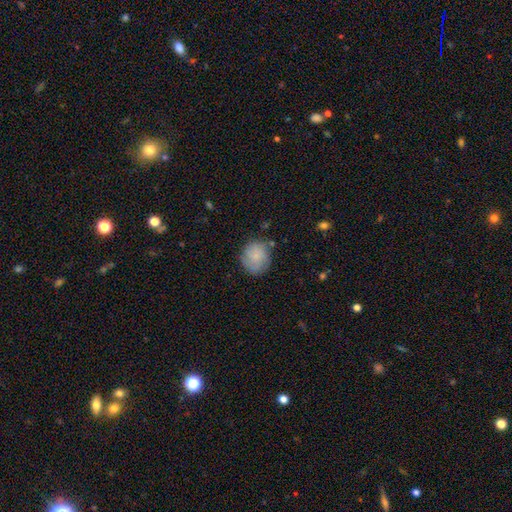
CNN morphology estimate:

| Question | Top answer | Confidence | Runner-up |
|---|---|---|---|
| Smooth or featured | smooth | 74% | featured or disk (18%) |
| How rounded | round | 79% | in between (20%) |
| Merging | none | 73% | minor disturbance (19%) |